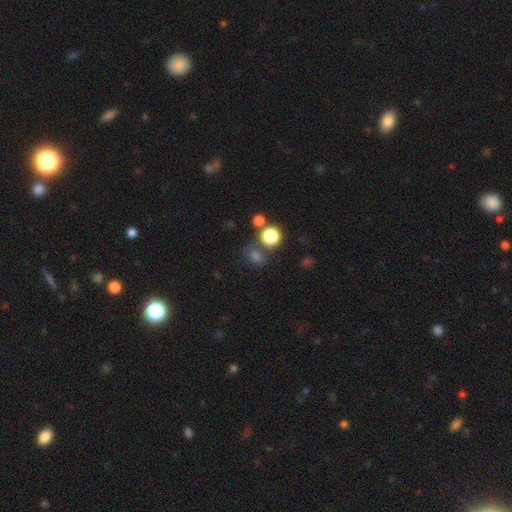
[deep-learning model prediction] A smooth galaxy with no disk features (62%) that is round (60%).

Vote fractions:
- Smooth or featured? smooth: 62% / star or artifact: 29% / featured or disk: 8%
- How rounded? round: 60% / in between: 39% / cigar-shaped: 2%
- Merging? none: 66% / merger: 15% / minor disturbance: 13% / major disturbance: 7%